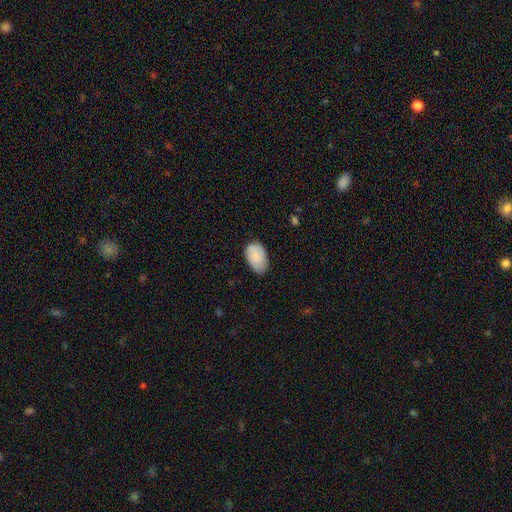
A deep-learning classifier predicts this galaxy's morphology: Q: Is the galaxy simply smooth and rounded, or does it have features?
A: smooth — 84%.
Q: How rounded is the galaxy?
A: in between — 92%.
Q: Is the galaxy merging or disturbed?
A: none — 72%.